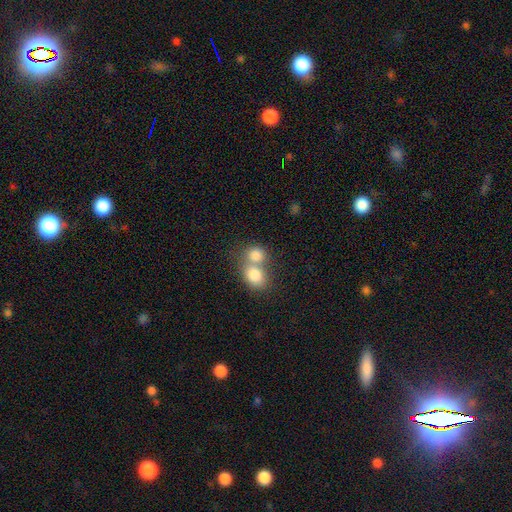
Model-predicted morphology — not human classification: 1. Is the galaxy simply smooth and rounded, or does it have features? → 80% smooth, 11% featured or disk, 9% star or artifact.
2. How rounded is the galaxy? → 61% round, 38% in between, 1% cigar-shaped.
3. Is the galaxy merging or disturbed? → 63% merger, 28% none, 6% minor disturbance, 3% major disturbance.